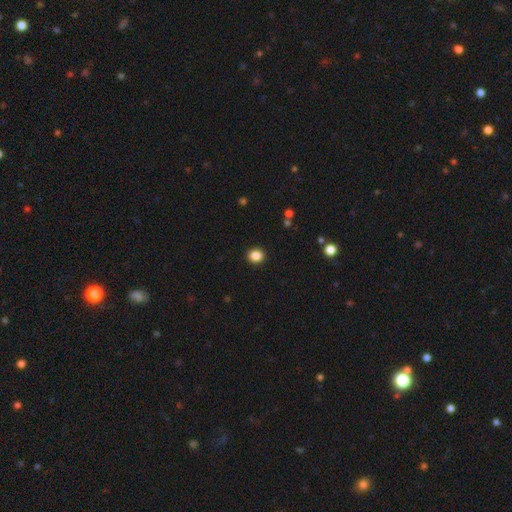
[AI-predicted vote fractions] smooth_or_featured: smooth (p=0.86) [alt: star or artifact p=0.10]
how_rounded: round (p=0.79) [alt: in between p=0.20]
merging: none (p=0.92) [alt: minor disturbance p=0.05]